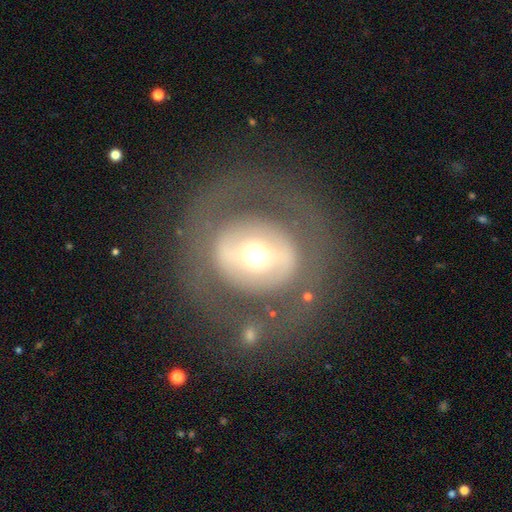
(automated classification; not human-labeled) Q: Smooth or featured?
A: featured or disk (57%); runner-up: smooth (35%)
Q: Edge-on disk?
A: no (93%); runner-up: yes (7%)
Q: Bar?
A: no (43%); runner-up: strong (30%)
Q: Spiral arms?
A: no (84%); runner-up: yes (16%)
Q: Bulge size?
A: moderate (63%); runner-up: large (17%)
Q: Merging?
A: none (75%); runner-up: major disturbance (12%)